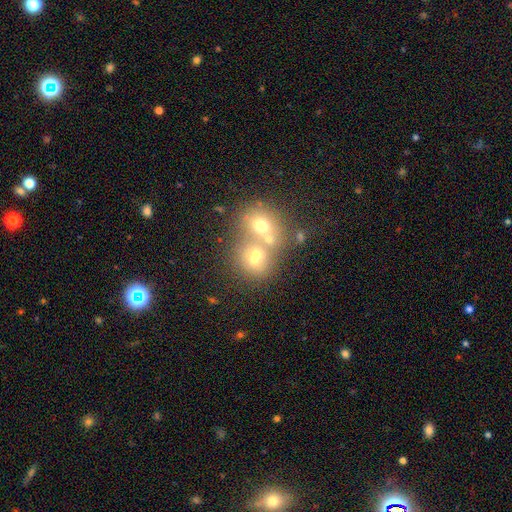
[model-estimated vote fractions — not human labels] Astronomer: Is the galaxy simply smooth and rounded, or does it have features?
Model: smooth — 60%.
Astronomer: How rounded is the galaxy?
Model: round — 65%.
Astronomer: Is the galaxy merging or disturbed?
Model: merger — 61%.